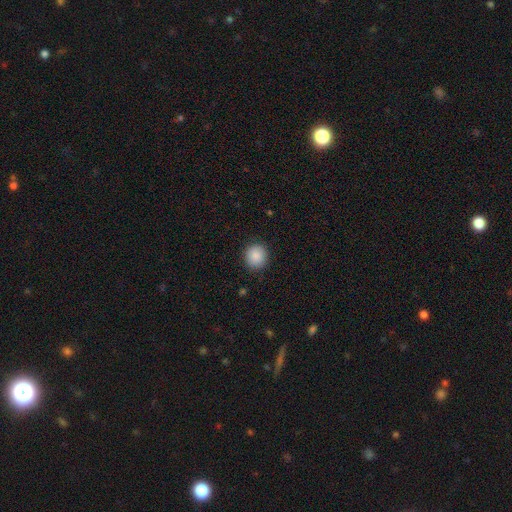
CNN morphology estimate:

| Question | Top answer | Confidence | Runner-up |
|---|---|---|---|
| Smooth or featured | smooth | 88% | star or artifact (8%) |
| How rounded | round | 90% | in between (9%) |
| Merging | none | 90% | minor disturbance (7%) |